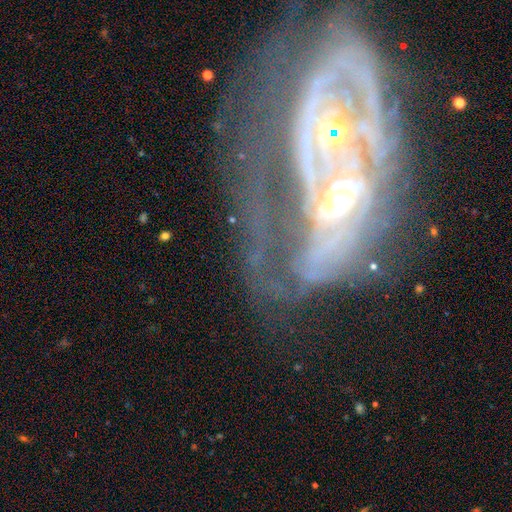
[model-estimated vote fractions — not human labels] Smooth or featured: featured or disk — 79% (star or artifact — 11%)
Edge-on disk: no — 92% (yes — 8%)
Bar: no — 67% (weak — 21%)
Spiral arms: yes — 67% (no — 33%)
Bulge size: moderate — 46% (small — 43%)
Merging: merger — 36% (major disturbance — 30%)